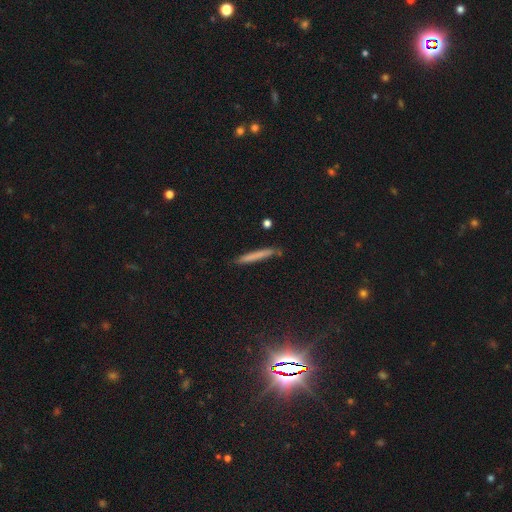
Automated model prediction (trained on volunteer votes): Smooth or featured?
  - smooth: 67% *
  - featured or disk: 24%
  - star or artifact: 9%
How rounded?
  - cigar-shaped: 96% *
  - in between: 3%
  - round: 1%
Merging?
  - none: 83% *
  - minor disturbance: 12%
  - major disturbance: 2%
  - merger: 2%